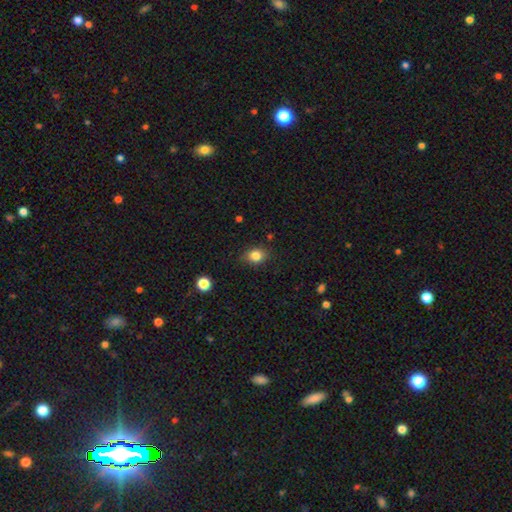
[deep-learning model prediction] The model was most divided on "how rounded": in between: 52%, round: 47%, cigar-shaped: 1%. More confident: smooth or featured — smooth (83%); merging — none (81%).